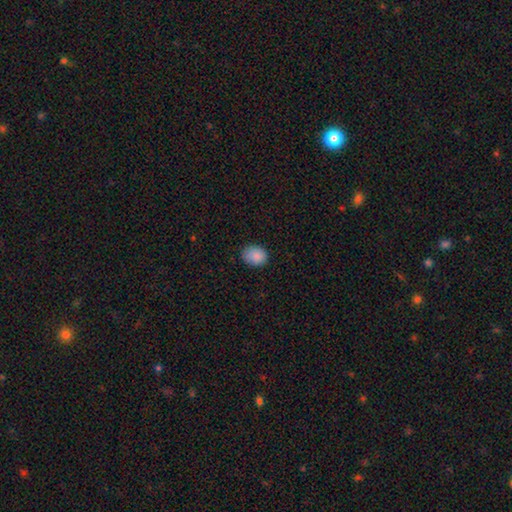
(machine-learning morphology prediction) Smooth or featured? smooth (88%)
How rounded? in between (55%)
Merging? none (78%)